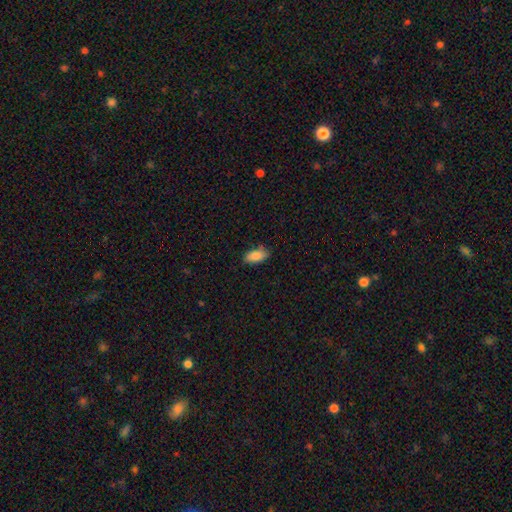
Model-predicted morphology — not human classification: Smooth or featured: smooth — 86% (featured or disk — 7%)
How rounded: in between — 89% (cigar-shaped — 8%)
Merging: none — 83% (minor disturbance — 13%)